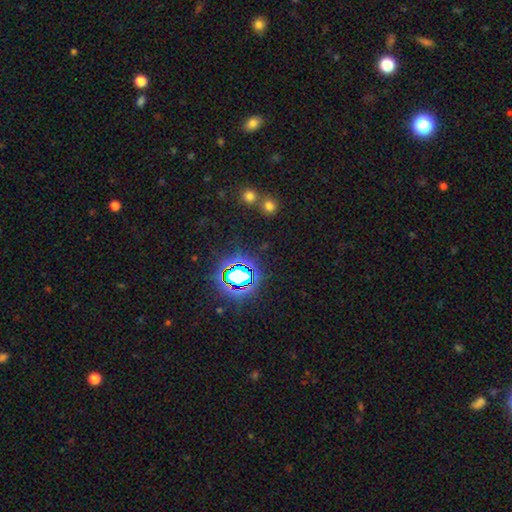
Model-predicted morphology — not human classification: A star or artifact, not a galaxy (72%).

Vote fractions:
- Smooth or featured? star or artifact: 72% / smooth: 20% / featured or disk: 9%